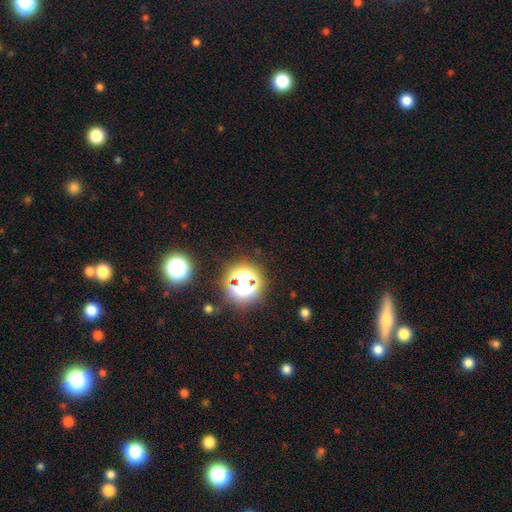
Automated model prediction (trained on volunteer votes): Smooth or featured?
  - star or artifact: 69% *
  - smooth: 21%
  - featured or disk: 10%